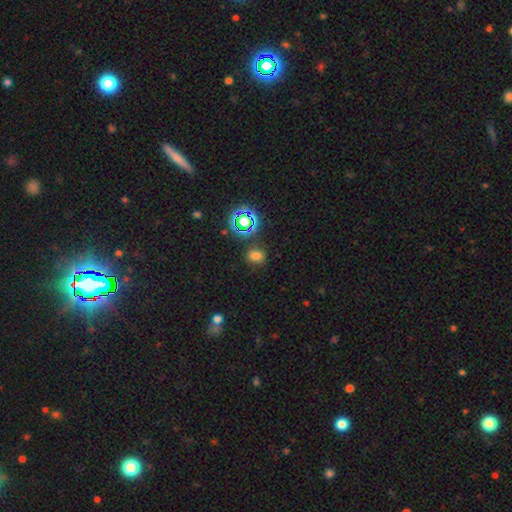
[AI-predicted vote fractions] This is likely a smooth galaxy (64%). How rounded: possibly round (51%). Merging: likely none (80%).